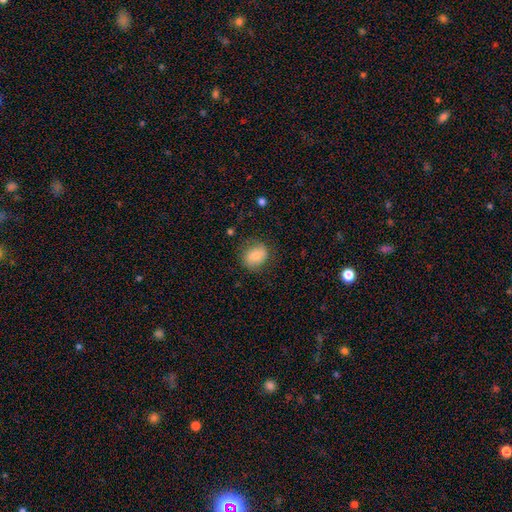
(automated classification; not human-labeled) smooth 80%, featured or disk 13%, star or artifact 8%. Down the decision tree: how rounded — round (56%); merging — none (77%).